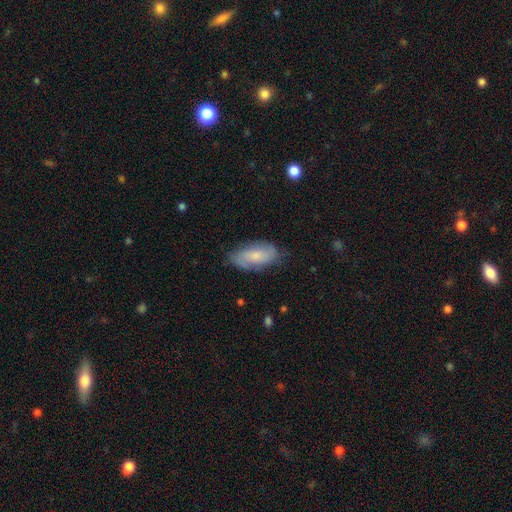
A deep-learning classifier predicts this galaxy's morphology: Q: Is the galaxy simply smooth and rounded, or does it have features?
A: smooth — 56%.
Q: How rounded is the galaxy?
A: in between — 88%.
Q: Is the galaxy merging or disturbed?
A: none — 74%.